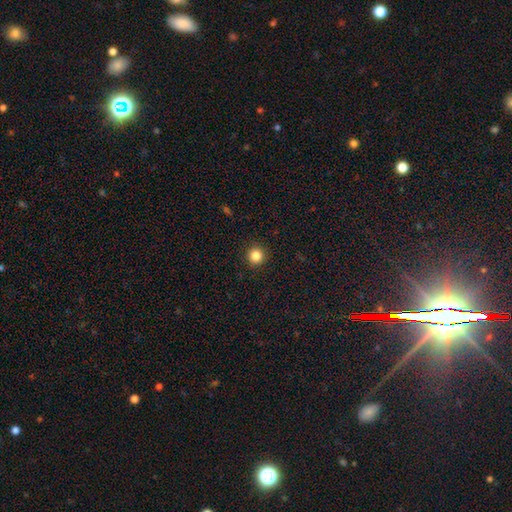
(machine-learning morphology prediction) Smooth or featured? smooth (84%)
How rounded? round (95%)
Merging? none (93%)